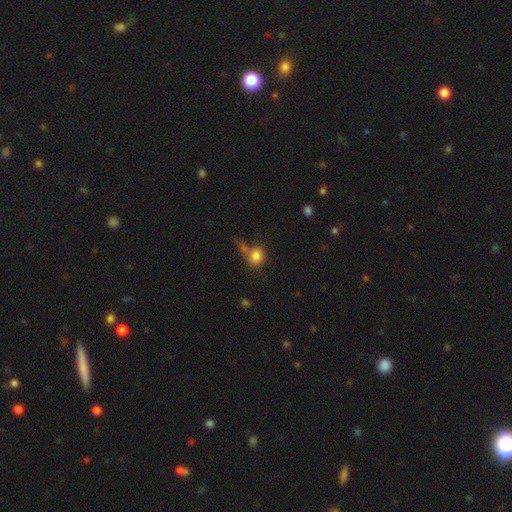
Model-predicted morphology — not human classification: The model was most divided on "merging": none: 49%, merger: 26%, minor disturbance: 15%, major disturbance: 9%. More confident: smooth or featured — smooth (83%); how rounded — round (70%).